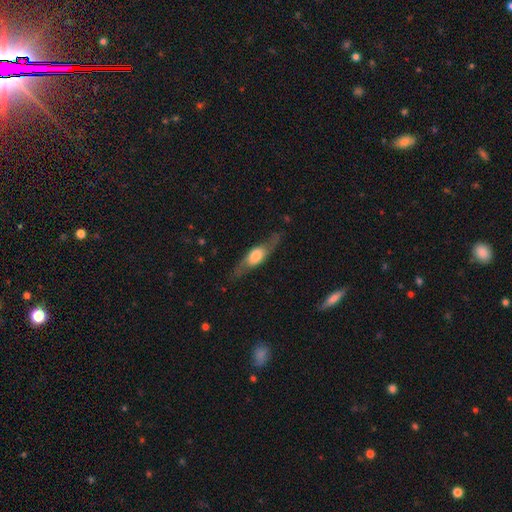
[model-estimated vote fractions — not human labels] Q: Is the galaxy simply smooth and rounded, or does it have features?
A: featured or disk — 60%.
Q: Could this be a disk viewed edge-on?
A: yes — 63%.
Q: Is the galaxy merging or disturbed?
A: none — 76%.